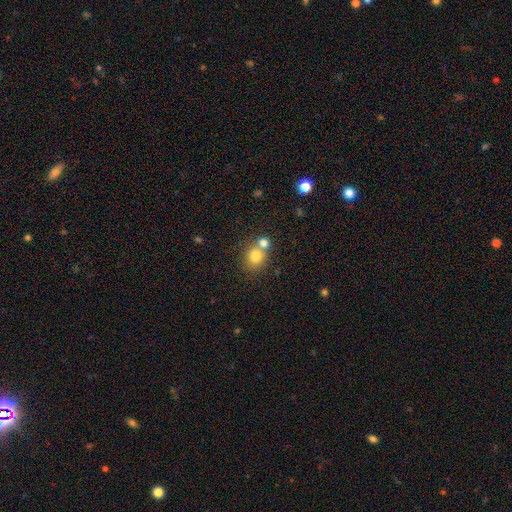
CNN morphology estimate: This is likely a smooth galaxy (79%). How rounded: clearly round (81%). Merging: possibly none (52%).